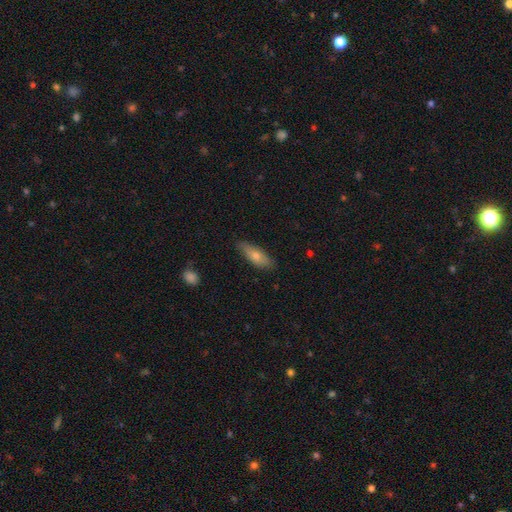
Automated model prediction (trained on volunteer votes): smooth-or-featured: smooth: 63% | featured or disk: 30% | star or artifact: 7%
  how-rounded: in between: 60% | cigar-shaped: 37% | round: 3%
  merging: none: 82% | minor disturbance: 15% | major disturbance: 2% | merger: 1%